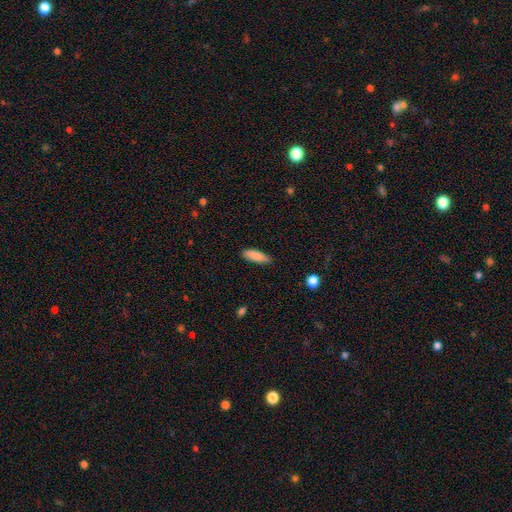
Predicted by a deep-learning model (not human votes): Smooth or featured?
  - smooth: 86% *
  - featured or disk: 7%
  - star or artifact: 6%
How rounded?
  - in between: 53% *
  - cigar-shaped: 45%
  - round: 2%
Merging?
  - none: 82% *
  - minor disturbance: 15%
  - major disturbance: 2%
  - merger: 1%